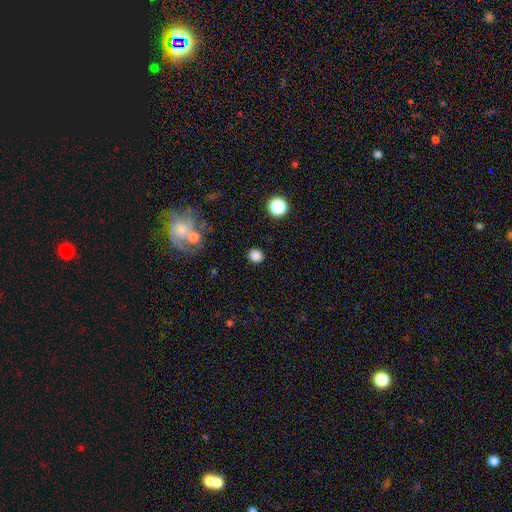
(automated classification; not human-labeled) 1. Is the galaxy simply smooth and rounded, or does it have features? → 84% smooth, 12% star or artifact, 4% featured or disk.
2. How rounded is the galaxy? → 78% round, 21% in between, 1% cigar-shaped.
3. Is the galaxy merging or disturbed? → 88% none, 7% minor disturbance, 3% major disturbance, 2% merger.